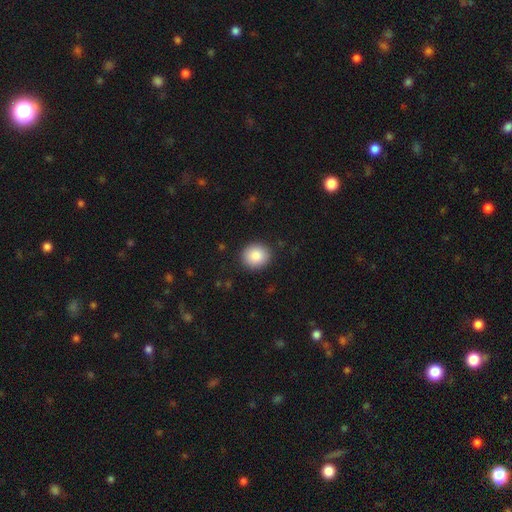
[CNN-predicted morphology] The model was most divided on "how rounded": round: 83%, in between: 16%, cigar-shaped: 1%. More confident: merging — none (90%); smooth or featured — smooth (87%).